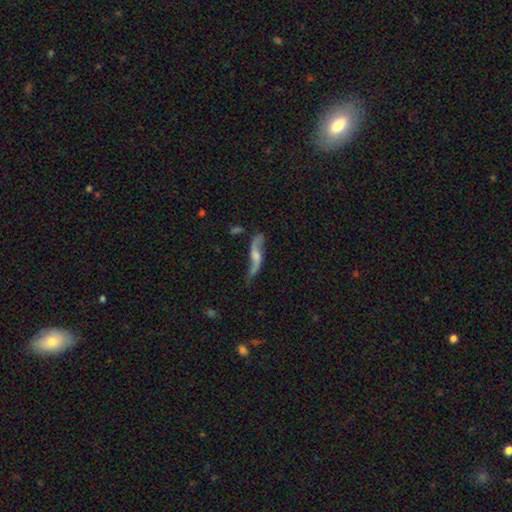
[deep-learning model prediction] The model was most divided on "bulge size": moderate: 38%, small: 33%, none: 20%, large: 7%, dominant: 2%. More confident: spiral arms — yes (93%); spiral arm count — 2 (91%); spiral winding — loose (89%); edge-on disk — no (79%); smooth or featured — featured or disk (78%); merging — none (64%); bar — no (53%).